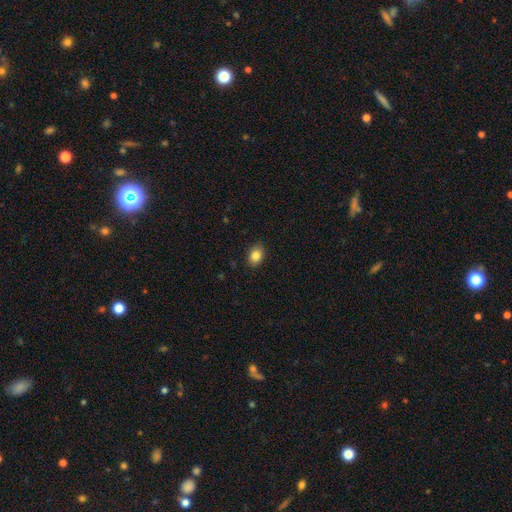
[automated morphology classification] smooth 85%, star or artifact 9%, featured or disk 6%. Down the decision tree: how rounded — in between (71%); merging — none (88%).